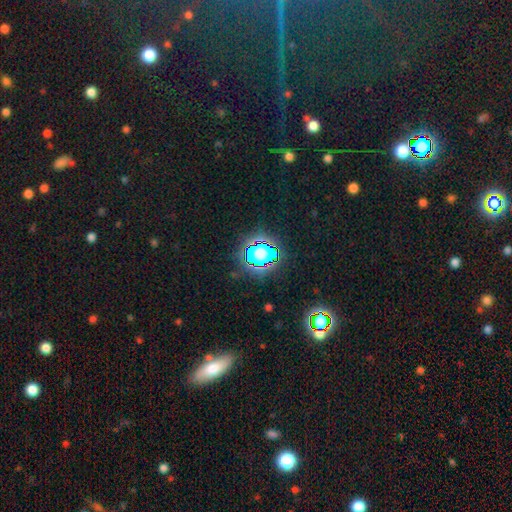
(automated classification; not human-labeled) This is likely a star or artifact rather than a galaxy (76%).